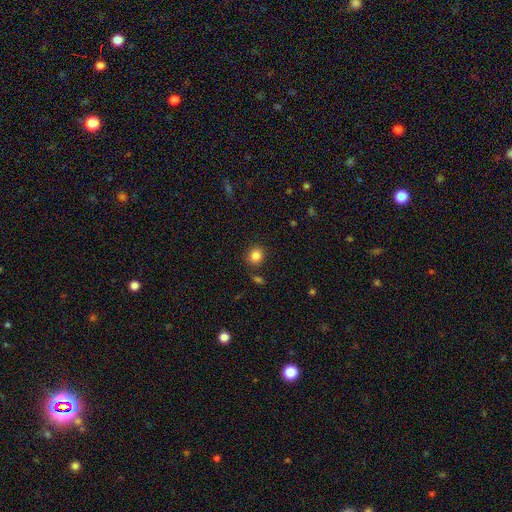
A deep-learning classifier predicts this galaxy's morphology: smooth-or-featured: smooth: 85% | star or artifact: 10% | featured or disk: 5%
  how-rounded: round: 78% | in between: 21% | cigar-shaped: 1%
  merging: none: 82% | minor disturbance: 9% | merger: 5% | major disturbance: 3%